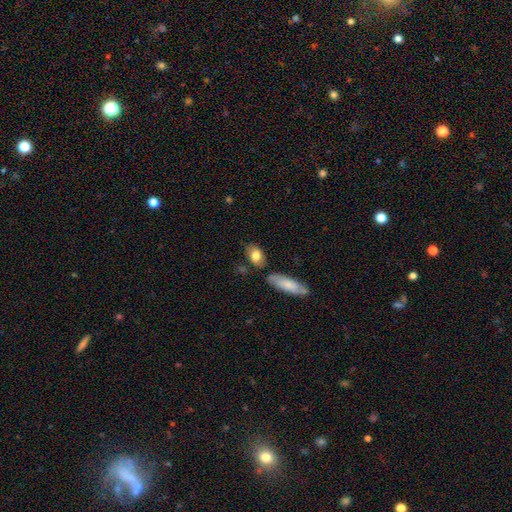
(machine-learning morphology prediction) smooth_or_featured: smooth (p=0.79) [alt: featured or disk p=0.15]
how_rounded: in between (p=0.85) [alt: round p=0.10]
merging: none (p=0.71) [alt: minor disturbance p=0.16]